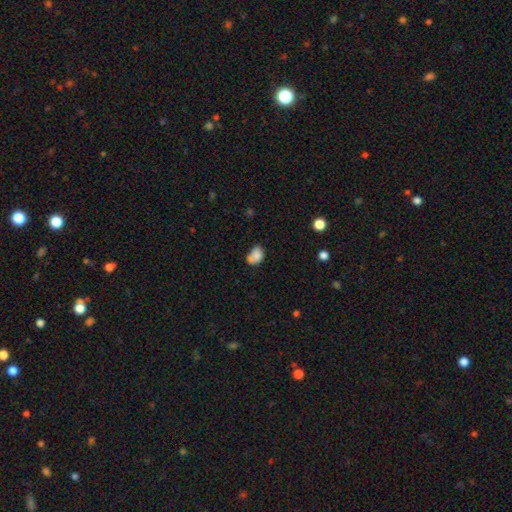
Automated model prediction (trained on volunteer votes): Smooth or featured?
  - smooth: 81% *
  - featured or disk: 10%
  - star or artifact: 9%
How rounded?
  - in between: 77% *
  - round: 21%
  - cigar-shaped: 1%
Merging?
  - none: 49% *
  - minor disturbance: 33%
  - merger: 10%
  - major disturbance: 8%